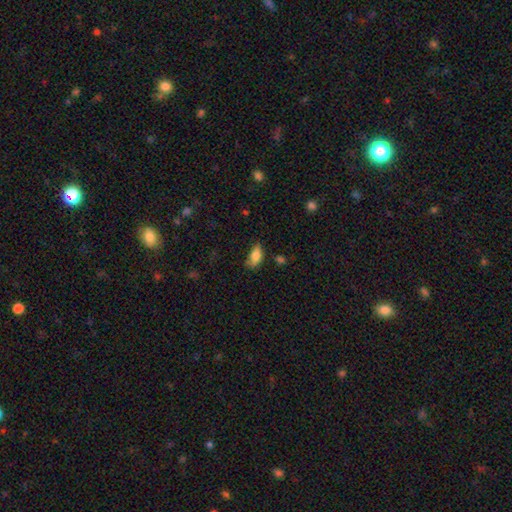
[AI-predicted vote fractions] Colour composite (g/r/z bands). It shows a smooth galaxy with no disk features (80%) that is in between round and cigar-shaped (88%). Merging: none (59%).